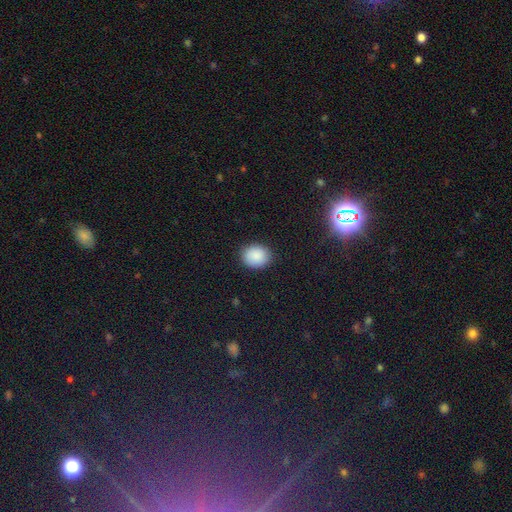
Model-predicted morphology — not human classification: smooth_or_featured: smooth (p=0.88) [alt: star or artifact p=0.08]
how_rounded: round (p=0.59) [alt: in between p=0.40]
merging: none (p=0.89) [alt: minor disturbance p=0.08]